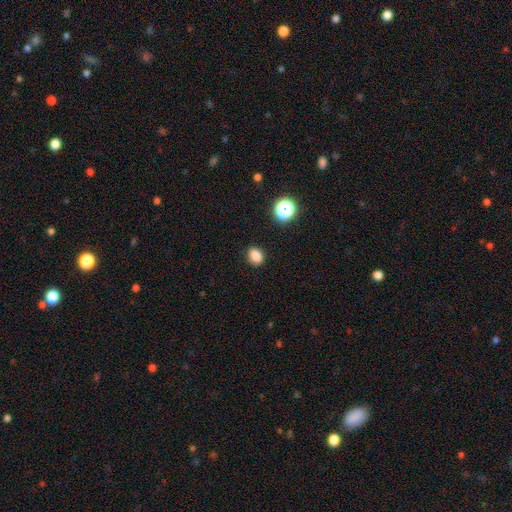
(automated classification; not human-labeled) This appears to be a smooth galaxy with no disk features (84%) that is in between round and cigar-shaped (65%). Merging: none (87%).